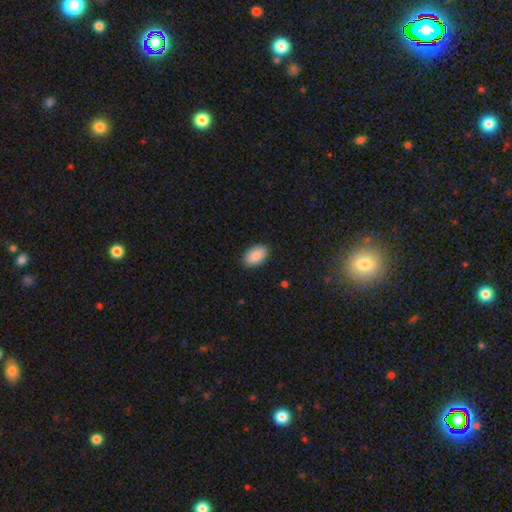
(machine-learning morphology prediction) Smooth or featured? smooth (91%)
How rounded? in between (94%)
Merging? none (89%)